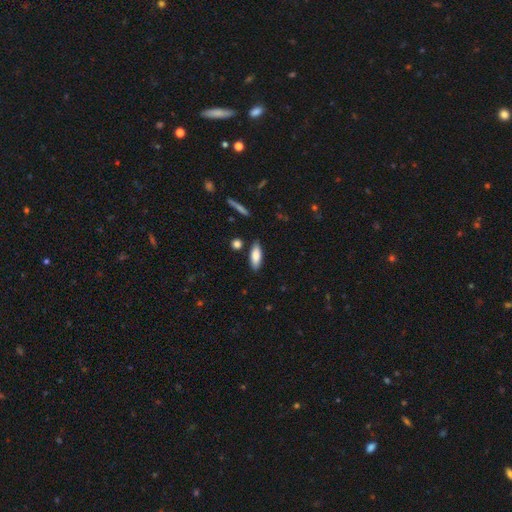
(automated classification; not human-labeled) Smooth or featured?
  - smooth: 82% *
  - featured or disk: 11%
  - star or artifact: 6%
How rounded?
  - in between: 62% *
  - cigar-shaped: 36%
  - round: 2%
Merging?
  - none: 84% *
  - minor disturbance: 11%
  - merger: 3%
  - major disturbance: 2%